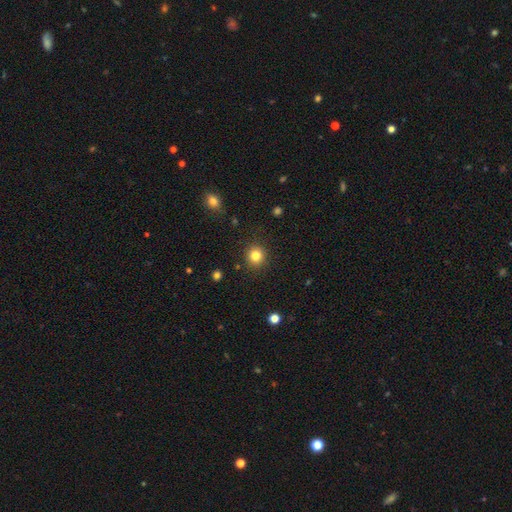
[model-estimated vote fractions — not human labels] Q: Smooth or featured?
A: smooth (82%); runner-up: star or artifact (12%)
Q: How rounded?
A: round (91%); runner-up: in between (8%)
Q: Merging?
A: none (90%); runner-up: minor disturbance (6%)